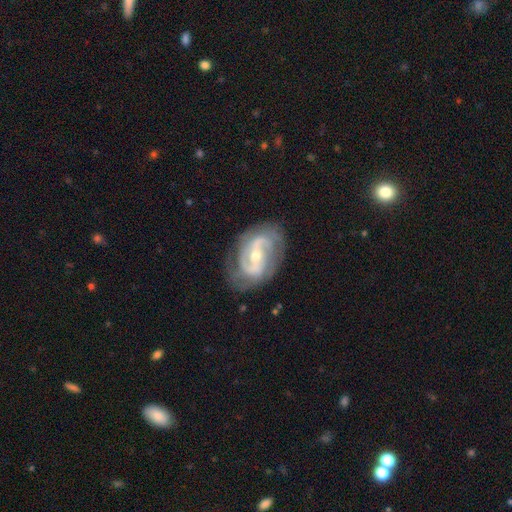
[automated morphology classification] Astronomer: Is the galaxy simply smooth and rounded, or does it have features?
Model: featured or disk — 87%.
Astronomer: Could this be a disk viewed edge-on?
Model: no — 97%.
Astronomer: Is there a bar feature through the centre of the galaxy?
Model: weak — 42% (runner-up: strong, 33%).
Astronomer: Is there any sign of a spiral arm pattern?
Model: yes — 95%.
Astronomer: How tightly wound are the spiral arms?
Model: medium — 46% (runner-up: tight, 34%).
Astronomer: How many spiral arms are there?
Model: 2 — 72%.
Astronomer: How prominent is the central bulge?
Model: moderate — 52% (runner-up: small, 44%).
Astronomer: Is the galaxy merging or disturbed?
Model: none — 73%.